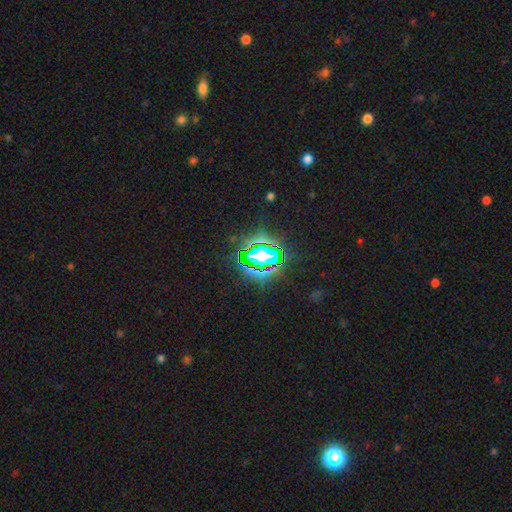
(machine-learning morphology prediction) A star or artifact, not a galaxy (76%).

Vote fractions:
- Smooth or featured? star or artifact: 76% / smooth: 15% / featured or disk: 9%